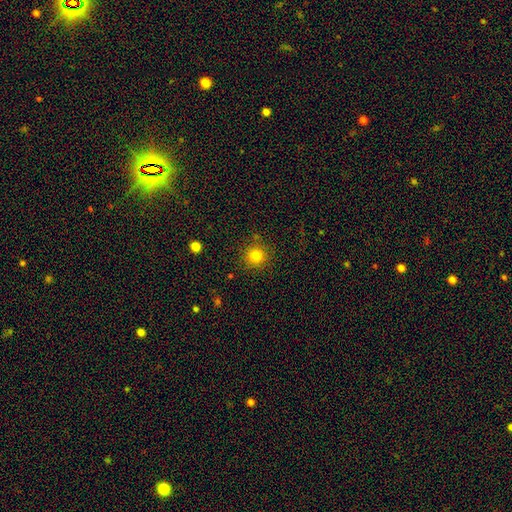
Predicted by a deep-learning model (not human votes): Smooth or featured?
  - smooth: 82% *
  - star or artifact: 12%
  - featured or disk: 6%
How rounded?
  - round: 94% *
  - in between: 5%
  - cigar-shaped: 1%
Merging?
  - none: 88% *
  - minor disturbance: 7%
  - major disturbance: 3%
  - merger: 2%